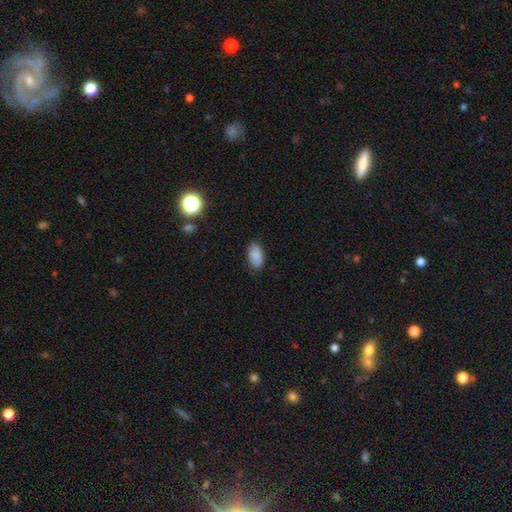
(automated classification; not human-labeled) Smooth or featured? smooth (89%)
How rounded? in between (94%)
Merging? none (85%)